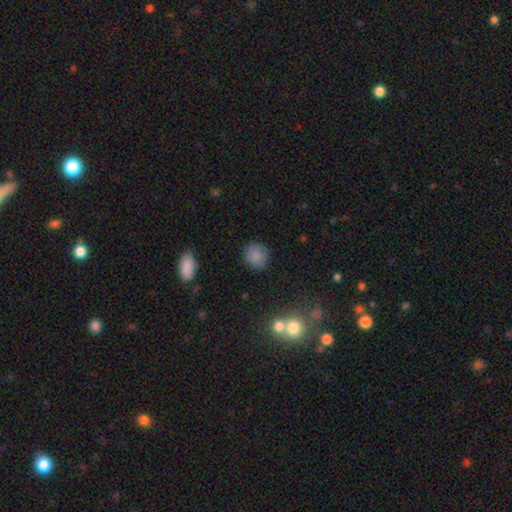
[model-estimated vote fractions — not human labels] smooth_or_featured: smooth (p=0.85) [alt: star or artifact p=0.10]
how_rounded: round (p=0.86) [alt: in between p=0.13]
merging: none (p=0.87) [alt: minor disturbance p=0.09]